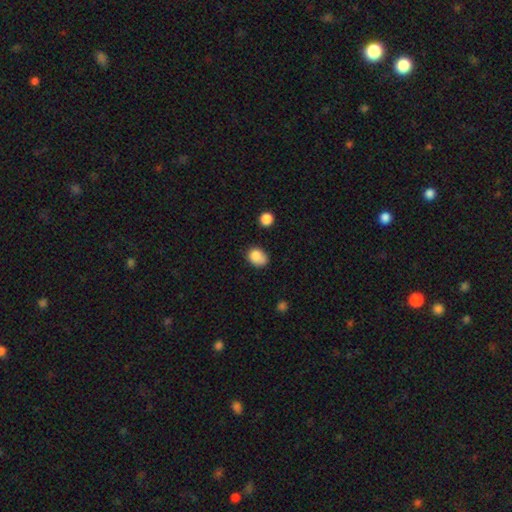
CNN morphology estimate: Smooth or featured? Predicted: smooth (p=0.84). How rounded? Predicted: in between (p=0.55). Merging? Predicted: none (p=0.54).